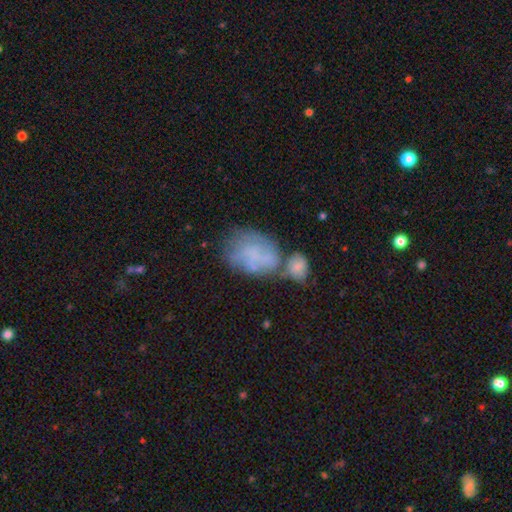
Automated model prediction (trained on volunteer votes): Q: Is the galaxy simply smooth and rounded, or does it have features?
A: smooth — 48%.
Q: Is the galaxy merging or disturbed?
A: merger — 38%.